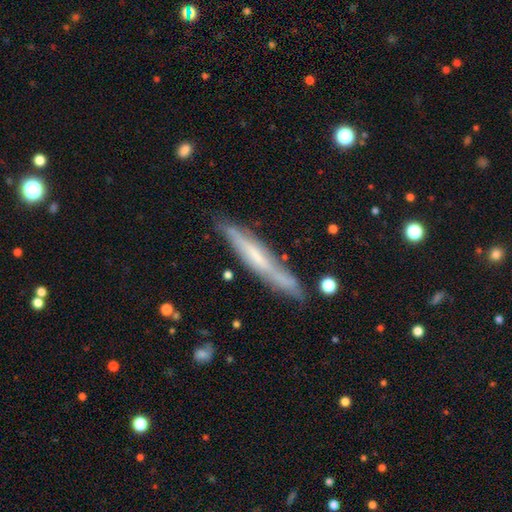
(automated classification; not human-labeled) Smooth or featured? featured or disk (57%)
Edge-on disk? yes (85%)
Merging? none (74%)